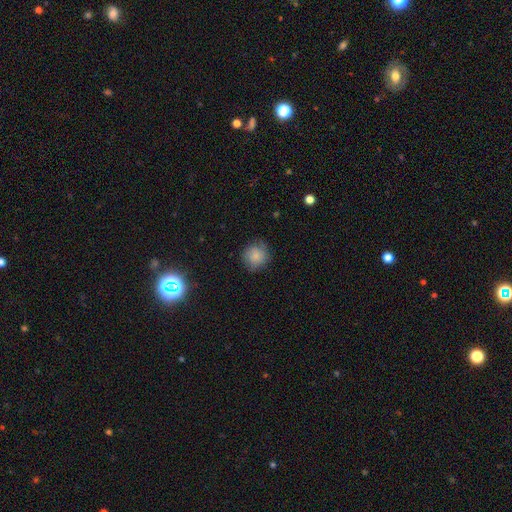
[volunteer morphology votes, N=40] type=smooth (80%); roundness=round (91%); merging=none (66%).